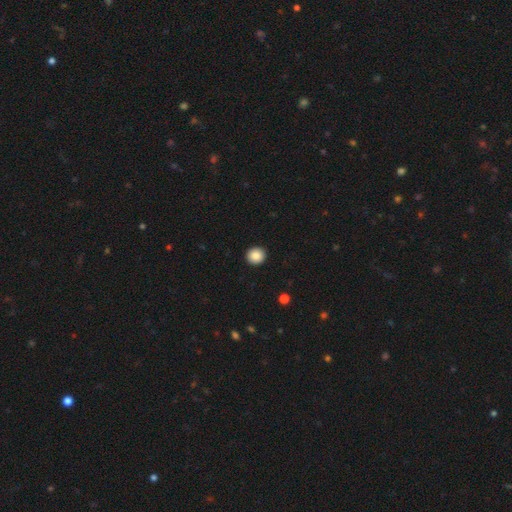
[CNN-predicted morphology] A smooth galaxy with no disk features (88%) that is round (91%).

Vote fractions:
- Smooth or featured? smooth: 88% / star or artifact: 9% / featured or disk: 4%
- How rounded? round: 91% / in between: 8% / cigar-shaped: 1%
- Merging? none: 93% / minor disturbance: 4% / major disturbance: 2% / merger: 1%